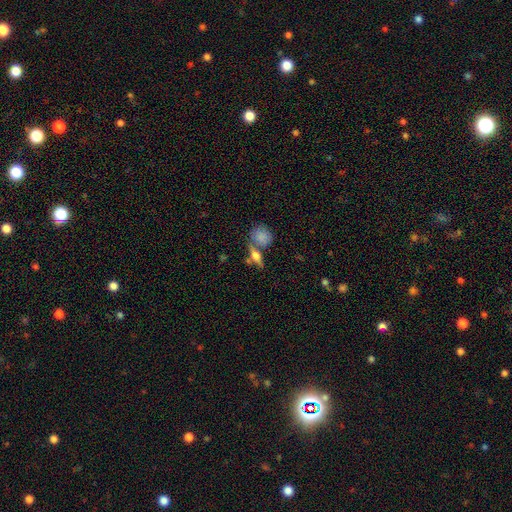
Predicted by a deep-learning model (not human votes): This appears to be a smooth galaxy with no disk features (48%). Merging: none (60%).